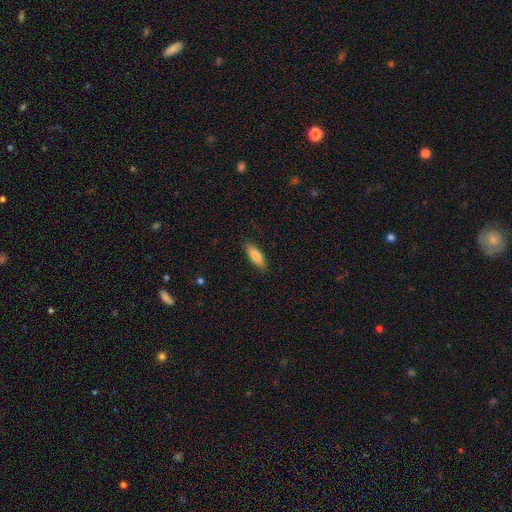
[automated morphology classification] Smooth or featured? Predicted: smooth (p=0.83). How rounded? Predicted: in between (p=0.58). Merging? Predicted: none (p=0.88).